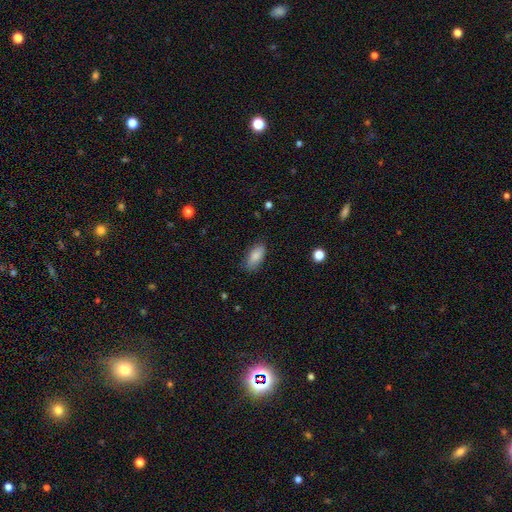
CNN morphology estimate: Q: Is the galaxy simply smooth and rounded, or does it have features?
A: smooth — 86%.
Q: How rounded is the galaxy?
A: in between — 87%.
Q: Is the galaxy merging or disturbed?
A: none — 79%.